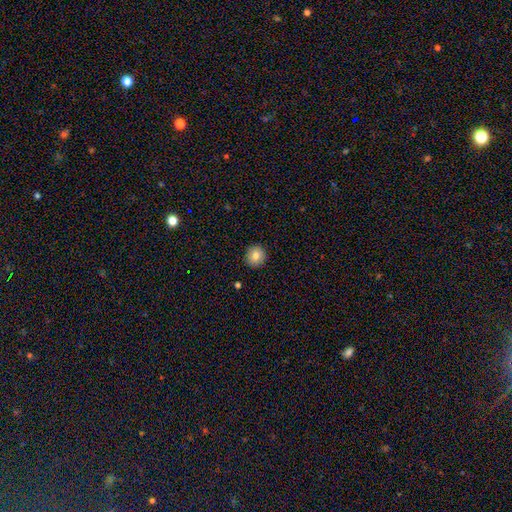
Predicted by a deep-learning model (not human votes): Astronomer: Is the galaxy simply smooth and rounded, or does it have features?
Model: smooth — 81%.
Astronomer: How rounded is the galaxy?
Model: round — 92%.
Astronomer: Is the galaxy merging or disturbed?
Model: none — 91%.